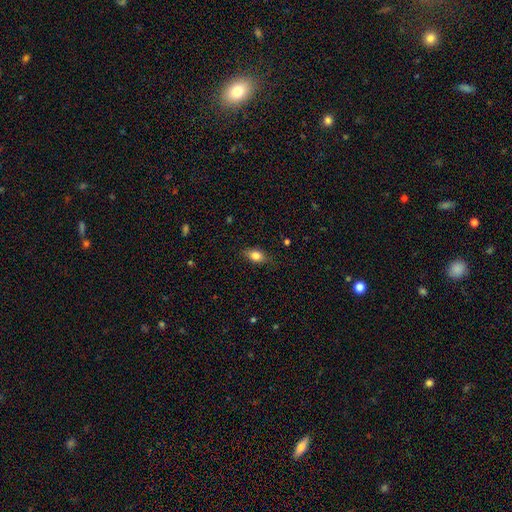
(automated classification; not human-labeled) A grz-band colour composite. It shows a smooth galaxy with no disk features (77%) that is in between round and cigar-shaped (77%). Merging: none (78%).